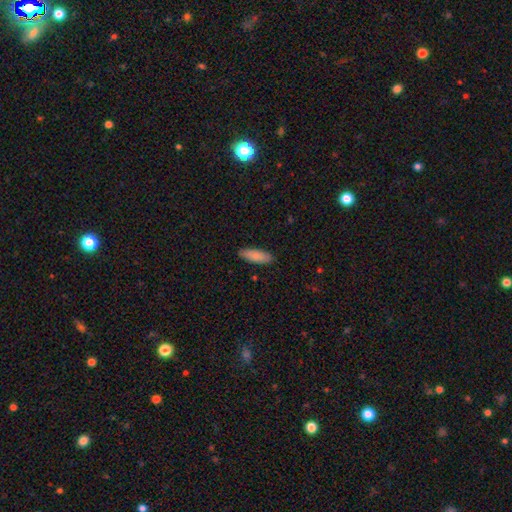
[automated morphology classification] A smooth galaxy with no disk features (87%) that is in between round and cigar-shaped (61%). Merging: none (88%).